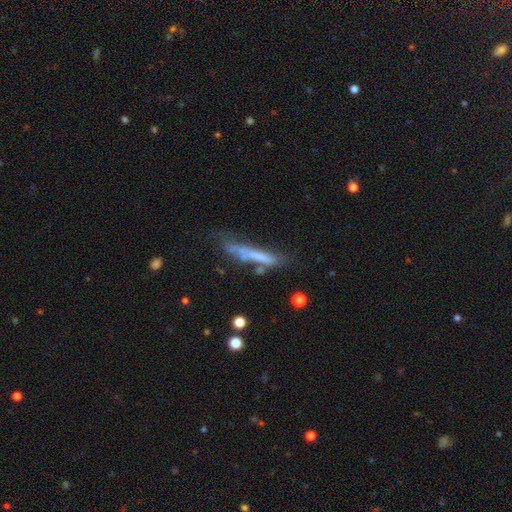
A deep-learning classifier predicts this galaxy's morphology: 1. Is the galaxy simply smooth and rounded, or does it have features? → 50% smooth, 41% featured or disk, 9% star or artifact.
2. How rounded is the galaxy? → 90% cigar-shaped, 8% in between, 2% round.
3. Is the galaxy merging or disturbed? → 47% none, 26% minor disturbance, 16% major disturbance, 10% merger.